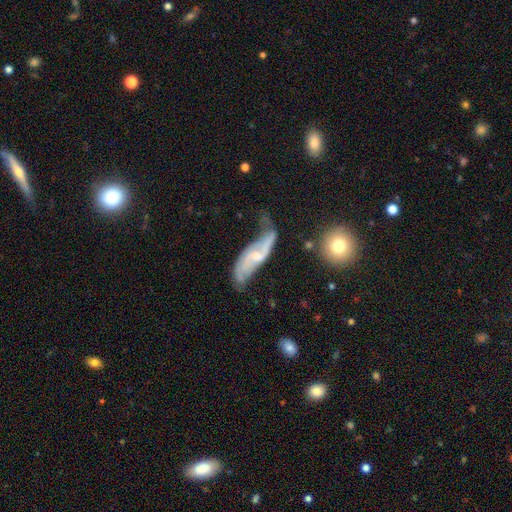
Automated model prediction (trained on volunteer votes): smooth-or-featured: featured or disk: 70% | smooth: 23% | star or artifact: 7%
  disk-edge-on: no: 85% | yes: 15%
    bar: no: 47% | weak: 40% | strong: 13%
    has-spiral-arms: yes: 82% | no: 18%
    bulge-size: small: 54% | moderate: 31% | none: 12% | large: 2% | dominant: 1%
  merging: none: 32% | minor disturbance: 30% | major disturbance: 29% | merger: 9%